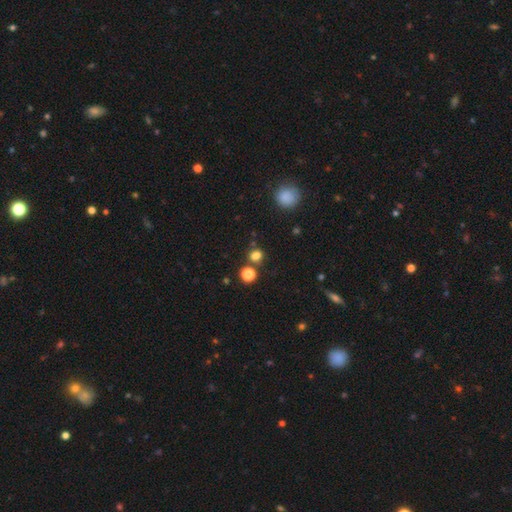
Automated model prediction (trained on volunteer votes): Smooth or featured? Predicted: smooth (p=0.76). How rounded? Predicted: round (p=0.76). Merging? Predicted: none (p=0.73).